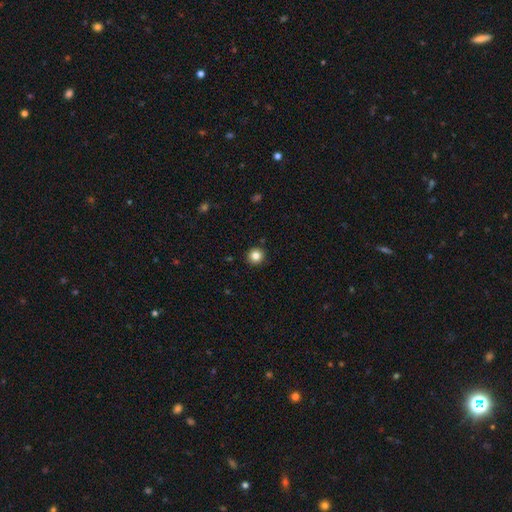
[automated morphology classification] smooth_or_featured: smooth (p=0.83) [alt: star or artifact p=0.11]
how_rounded: round (p=0.94) [alt: in between p=0.05]
merging: none (p=0.92) [alt: minor disturbance p=0.05]